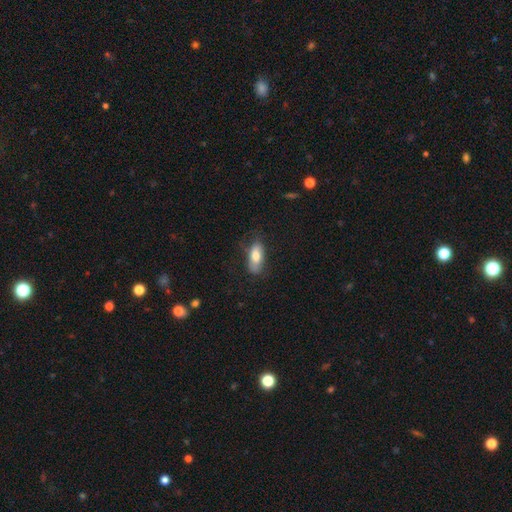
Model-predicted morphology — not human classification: Overall: smooth (75%). How rounded: in between (81%). Merging: none (66%).